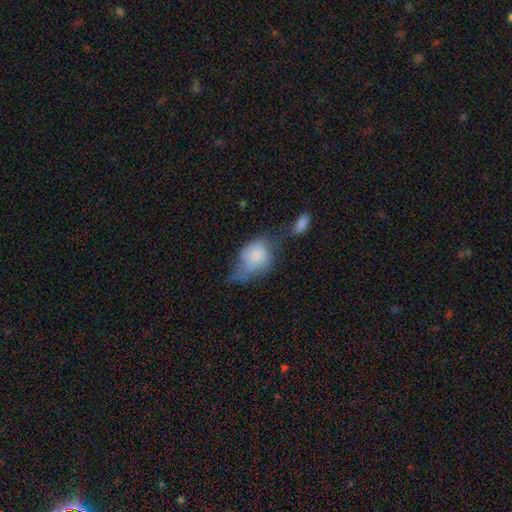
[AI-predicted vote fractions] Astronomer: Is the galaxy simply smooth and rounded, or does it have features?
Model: smooth — 68%.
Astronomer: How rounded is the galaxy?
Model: in between — 70%.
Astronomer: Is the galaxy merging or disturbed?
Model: major disturbance — 36% (runner-up: minor disturbance, 26%).